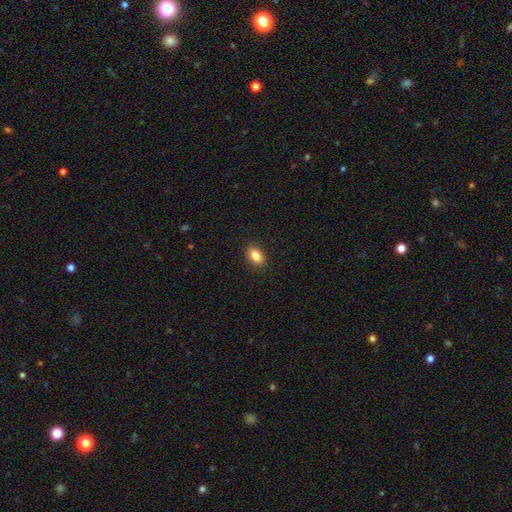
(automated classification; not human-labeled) Smooth or featured?
  - smooth: 84% *
  - star or artifact: 8%
  - featured or disk: 8%
How rounded?
  - in between: 85% *
  - round: 12%
  - cigar-shaped: 2%
Merging?
  - none: 90% *
  - minor disturbance: 7%
  - major disturbance: 2%
  - merger: 1%